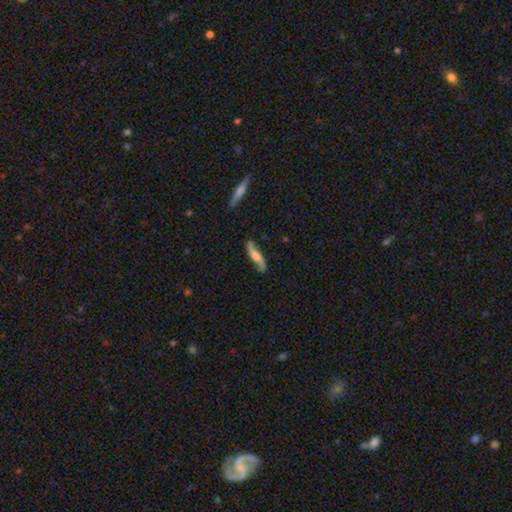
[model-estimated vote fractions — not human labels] A featured or disk galaxy (69%).

Vote fractions:
- Smooth or featured? featured or disk: 69% / smooth: 25% / star or artifact: 5%
- Edge-on disk? no: 65% / yes: 35%
- Merging? none: 79% / minor disturbance: 15% / major disturbance: 4% / merger: 2%